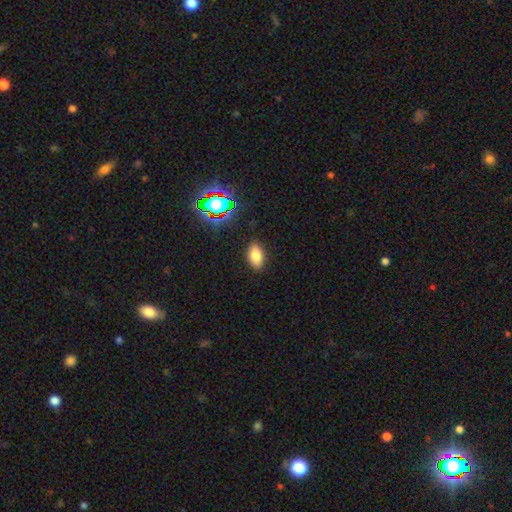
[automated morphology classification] A smooth galaxy with no disk features (77%) that is in between round and cigar-shaped (90%).

Vote fractions:
- Smooth or featured? smooth: 77% / star or artifact: 13% / featured or disk: 10%
- How rounded? in between: 90% / round: 7% / cigar-shaped: 3%
- Merging? none: 88% / minor disturbance: 9% / major disturbance: 2% / merger: 1%